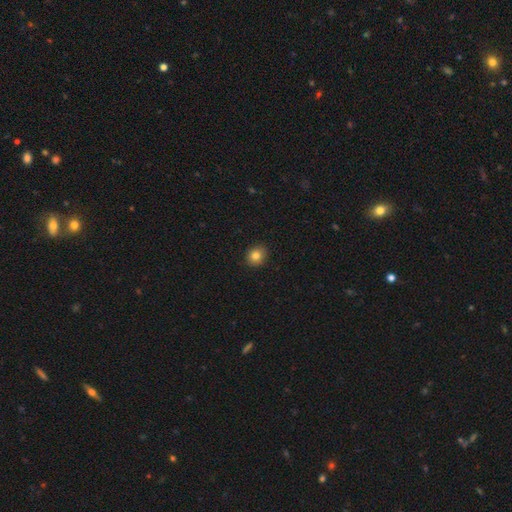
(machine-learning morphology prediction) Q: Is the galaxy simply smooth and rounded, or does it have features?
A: smooth — 82%.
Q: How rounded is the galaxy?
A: round — 74%.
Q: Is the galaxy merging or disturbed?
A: none — 90%.